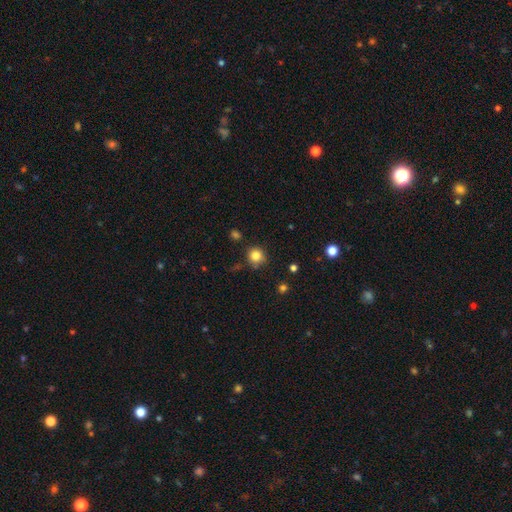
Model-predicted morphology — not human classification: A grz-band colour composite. It shows a smooth galaxy with no disk features (83%) that is round (92%). Merging: none (82%).